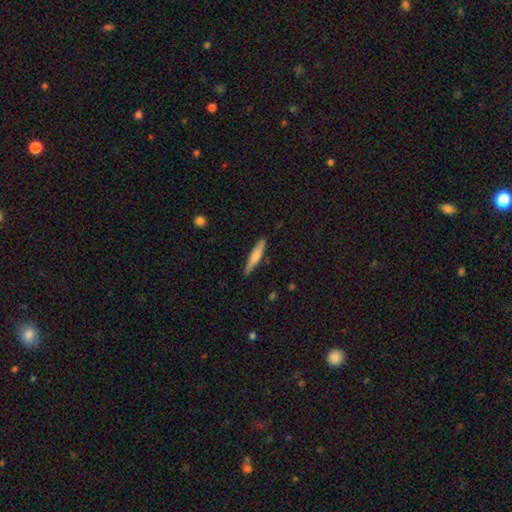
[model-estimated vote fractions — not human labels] Q: Smooth or featured?
A: smooth (65%); runner-up: featured or disk (30%)
Q: How rounded?
A: cigar-shaped (89%); runner-up: in between (9%)
Q: Merging?
A: none (84%); runner-up: minor disturbance (13%)